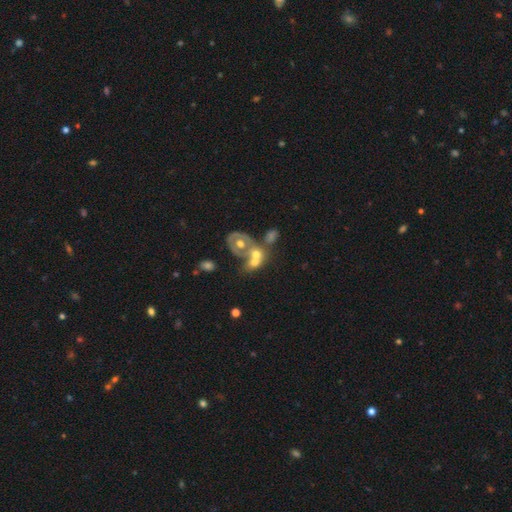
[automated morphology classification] Overall: featured or disk (50%; smooth 38%). Edge-on disk: no (95%). Merging: merger (64%).